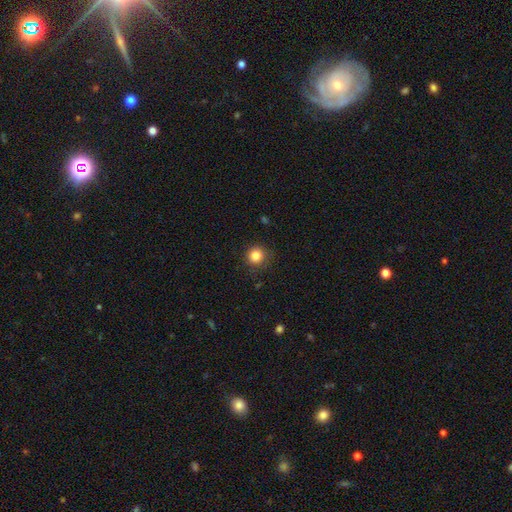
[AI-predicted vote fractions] smooth-or-featured: smooth: 84% | star or artifact: 12% | featured or disk: 5%
  how-rounded: round: 93% | in between: 6% | cigar-shaped: 1%
  merging: none: 88% | minor disturbance: 8% | major disturbance: 3% | merger: 1%